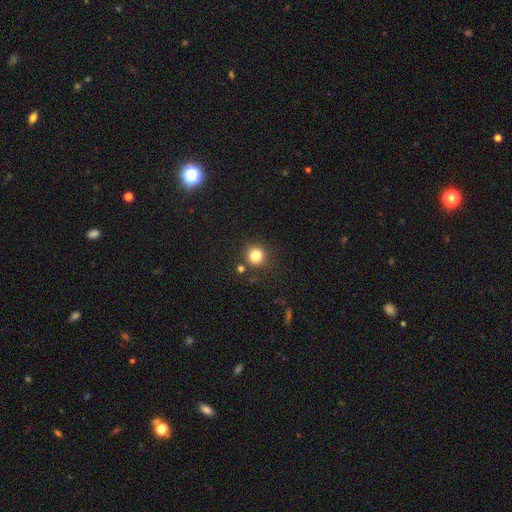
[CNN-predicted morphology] Smooth or featured? smooth (81%)
How rounded? round (92%)
Merging? none (85%)